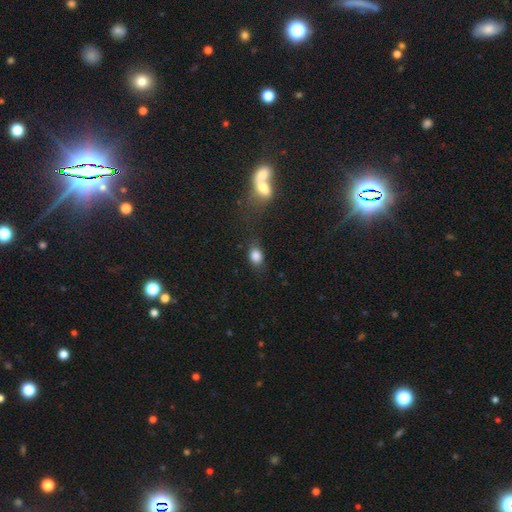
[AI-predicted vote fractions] A smooth galaxy with no disk features (84%) that is in between round and cigar-shaped (63%).

Vote fractions:
- Smooth or featured? smooth: 84% / star or artifact: 10% / featured or disk: 6%
- How rounded? in between: 63% / round: 35% / cigar-shaped: 2%
- Merging? none: 68% / minor disturbance: 19% / major disturbance: 8% / merger: 5%